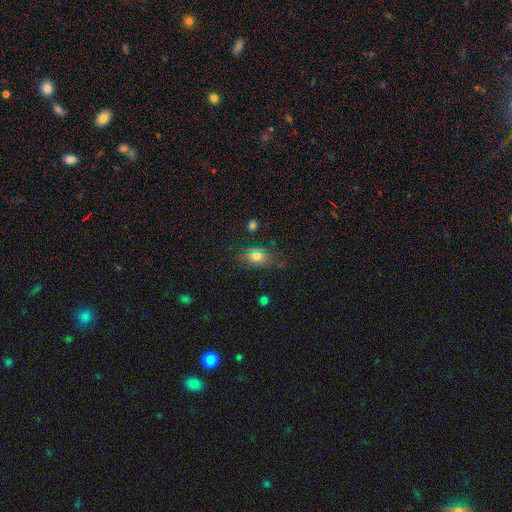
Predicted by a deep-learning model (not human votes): This is likely a smooth galaxy (66%). How rounded: likely in between (77%). Merging: likely none (79%).